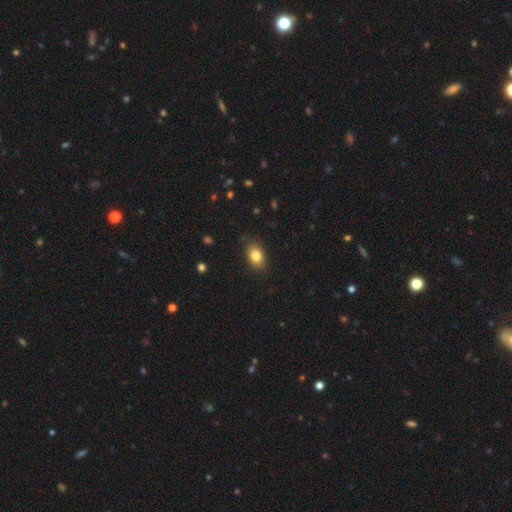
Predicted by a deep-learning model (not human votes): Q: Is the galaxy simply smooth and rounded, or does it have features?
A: smooth — 82%.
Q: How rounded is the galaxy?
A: in between — 81%.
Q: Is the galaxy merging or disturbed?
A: none — 84%.